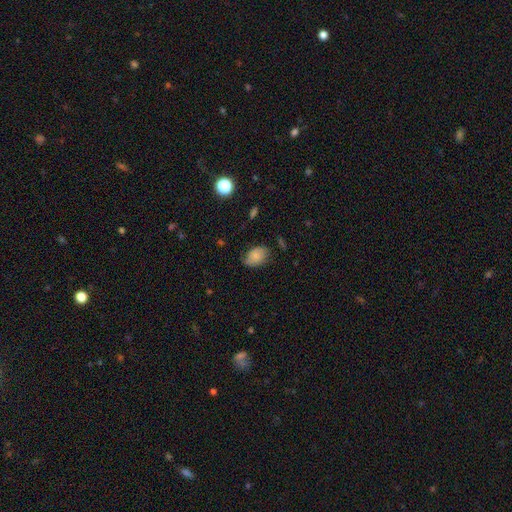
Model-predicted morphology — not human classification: smooth-or-featured: smooth: 76% | featured or disk: 15% | star or artifact: 9%
  how-rounded: in between: 82% | round: 17% | cigar-shaped: 1%
  merging: none: 64% | minor disturbance: 28% | major disturbance: 6% | merger: 2%